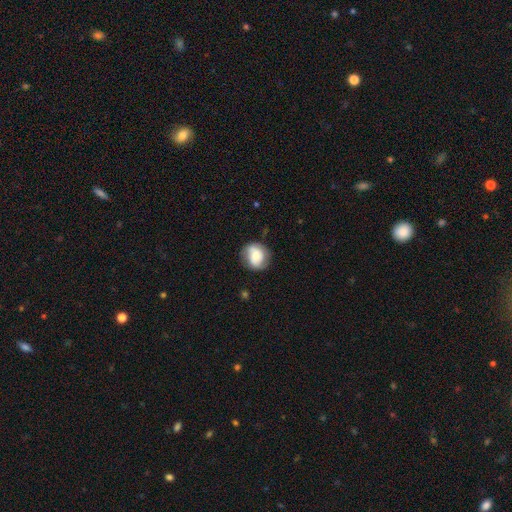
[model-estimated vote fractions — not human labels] A smooth galaxy with no disk features (47%). Merging: none (75%).